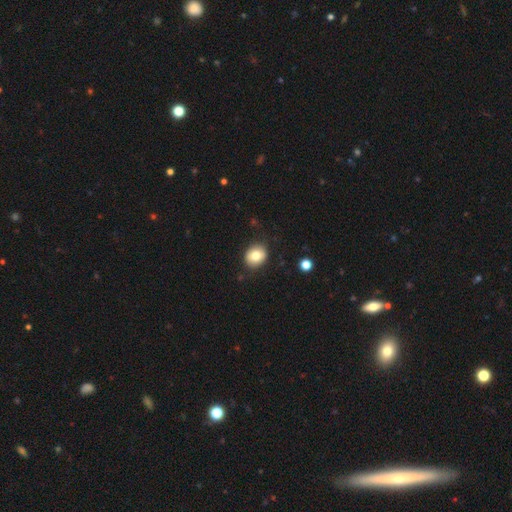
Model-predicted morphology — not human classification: type=smooth (78%); roundness=round (61%); merging=none (84%).